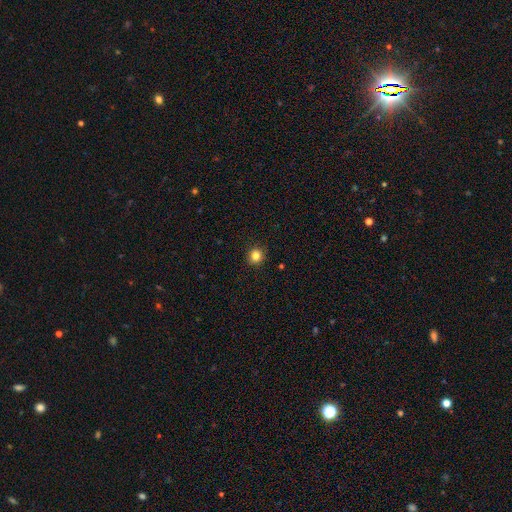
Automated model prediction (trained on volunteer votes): Smooth or featured? Predicted: smooth (p=0.83). How rounded? Predicted: round (p=0.92). Merging? Predicted: none (p=0.92).